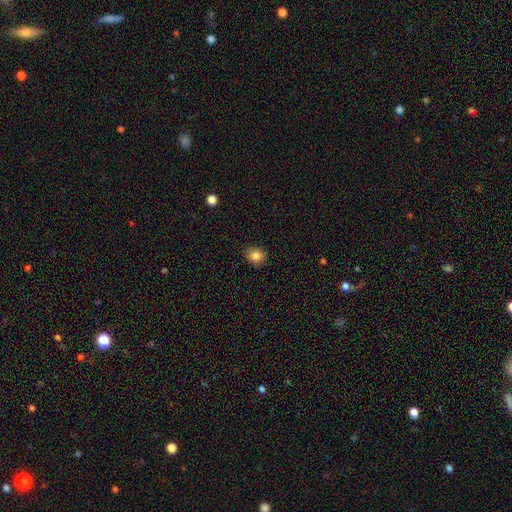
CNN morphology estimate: smooth-or-featured: smooth: 84% | star or artifact: 10% | featured or disk: 6%
  how-rounded: round: 65% | in between: 34% | cigar-shaped: 1%
  merging: none: 89% | minor disturbance: 8% | major disturbance: 2% | merger: 1%